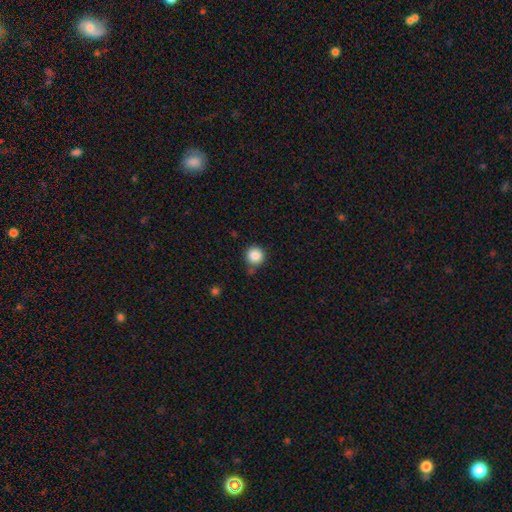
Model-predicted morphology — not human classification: The model was most divided on "merging": none: 82%, minor disturbance: 11%, merger: 4%, major disturbance: 3%. More confident: how rounded — round (95%); smooth or featured — smooth (86%).